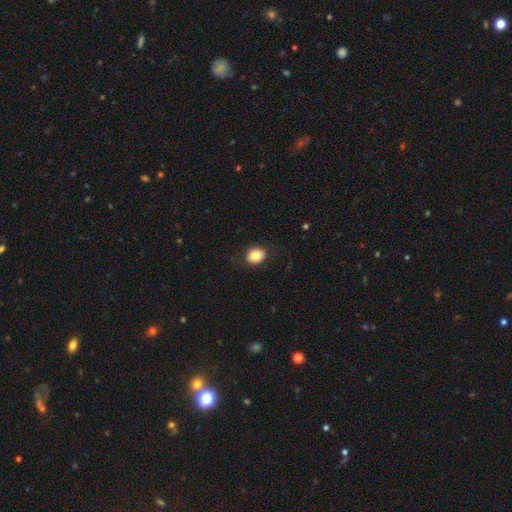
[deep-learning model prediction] Smooth or featured? Predicted: smooth (p=0.84). How rounded? Predicted: round (p=0.67). Merging? Predicted: none (p=0.88).